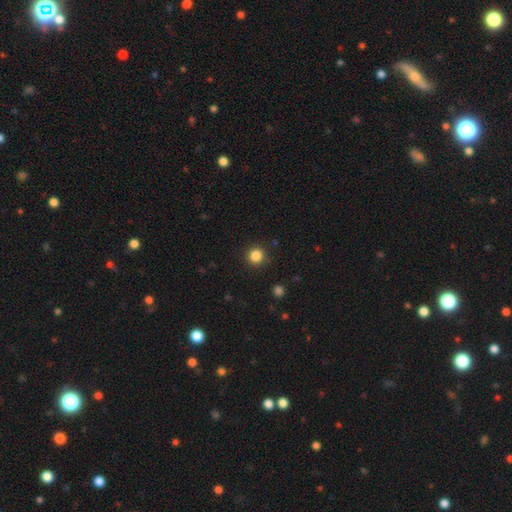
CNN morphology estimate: This appears to be a smooth galaxy with no disk features (84%) that is round (94%). Merging: none (91%).